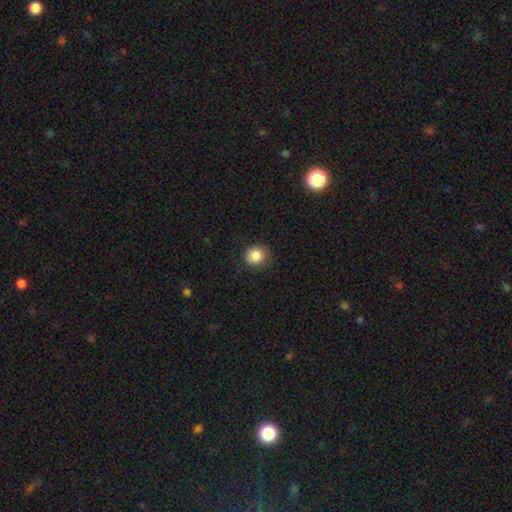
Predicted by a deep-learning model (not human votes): Smooth or featured? Predicted: smooth (p=0.86). How rounded? Predicted: round (p=0.89). Merging? Predicted: none (p=0.83).